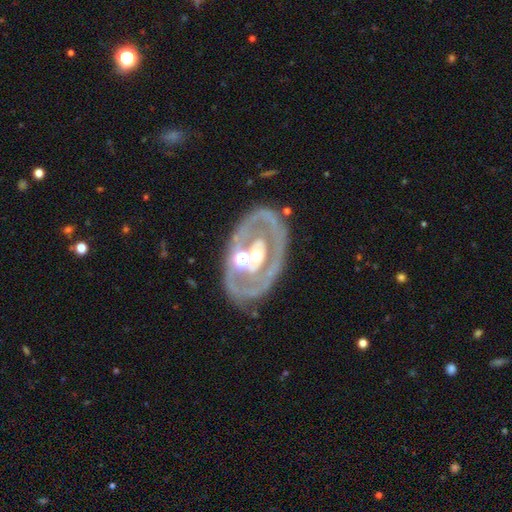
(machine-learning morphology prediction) featured or disk 78%, smooth 16%, star or artifact 5%. Down the decision tree: edge-on disk — no (94%); bar — no (71%); spiral arms — no (66%); bulge size — moderate (67%); merging — none (64%).